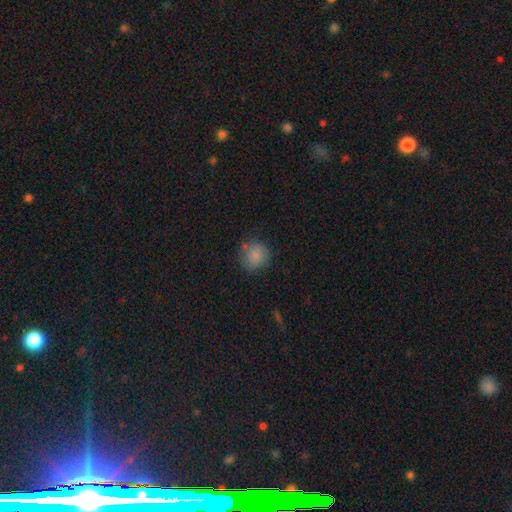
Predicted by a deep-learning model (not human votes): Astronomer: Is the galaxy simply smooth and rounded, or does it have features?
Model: smooth — 83%.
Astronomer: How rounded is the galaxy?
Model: round — 87%.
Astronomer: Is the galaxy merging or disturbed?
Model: none — 72%.